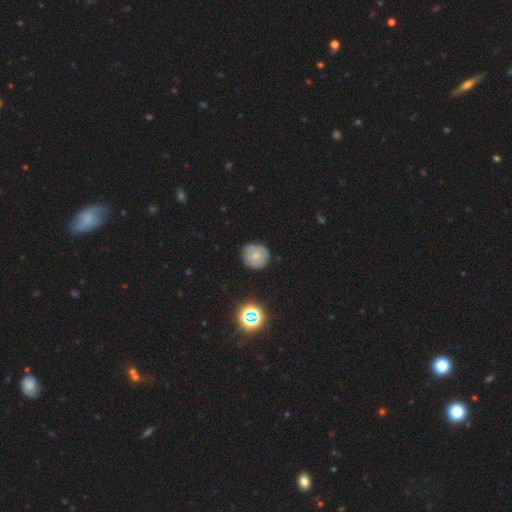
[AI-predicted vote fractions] smooth 65%, featured or disk 22%, star or artifact 13%. Down the decision tree: how rounded — round (90%); merging — none (78%).